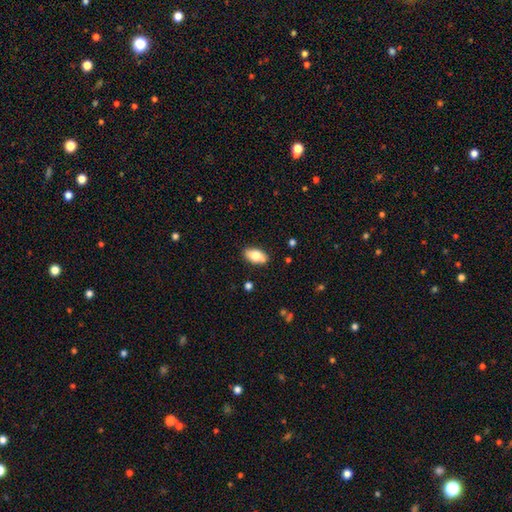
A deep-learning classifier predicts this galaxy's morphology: Smooth or featured: smooth — 76% (featured or disk — 17%)
How rounded: in between — 92% (round — 5%)
Merging: none — 84% (minor disturbance — 12%)